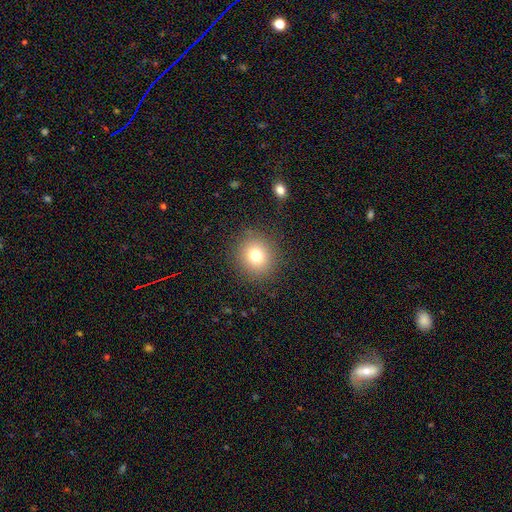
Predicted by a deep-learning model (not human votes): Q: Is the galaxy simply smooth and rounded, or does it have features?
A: smooth — 76%.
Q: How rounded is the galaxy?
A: round — 87%.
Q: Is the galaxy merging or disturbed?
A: none — 89%.